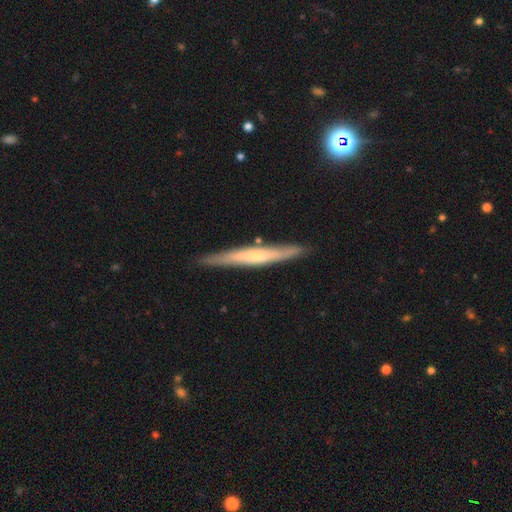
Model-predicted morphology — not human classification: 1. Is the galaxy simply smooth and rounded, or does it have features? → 53% featured or disk, 41% smooth, 6% star or artifact.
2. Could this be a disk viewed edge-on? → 92% yes, 8% no.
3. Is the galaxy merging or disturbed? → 87% none, 10% minor disturbance, 2% merger, 2% major disturbance.